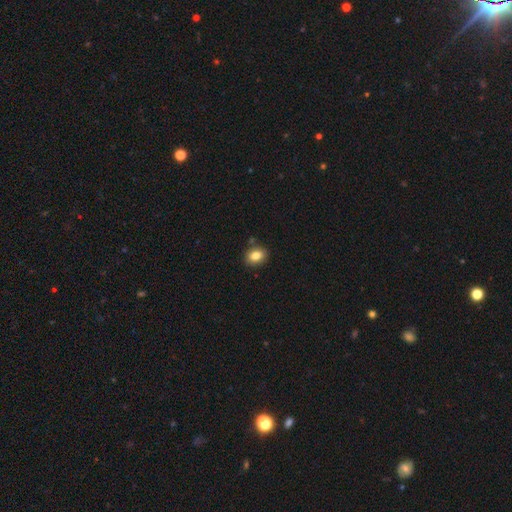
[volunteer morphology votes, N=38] Smooth or featured? smooth (87%)
How rounded? in between (52%)
Merging? none (78%)